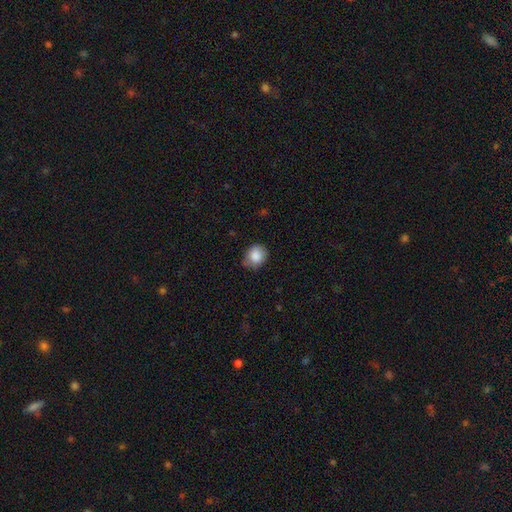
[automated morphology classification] A smooth galaxy with no disk features (86%) that is round (60%). Merging: none (71%).